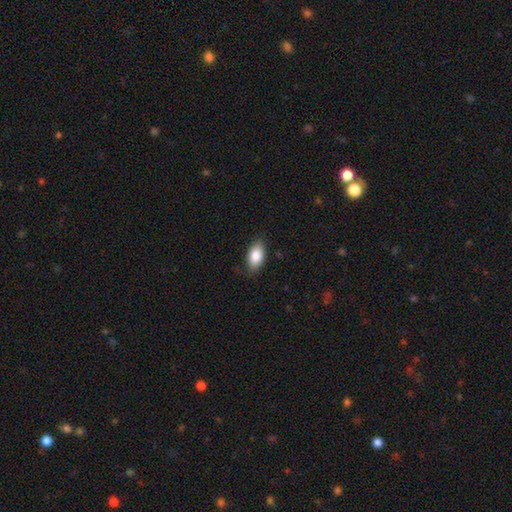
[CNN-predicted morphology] Smooth or featured? smooth (85%)
How rounded? in between (92%)
Merging? none (83%)